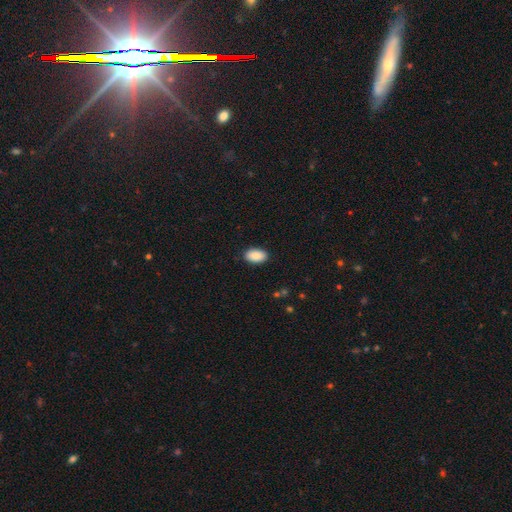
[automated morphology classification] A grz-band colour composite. It shows a smooth galaxy with no disk features (91%) that is in between round and cigar-shaped (93%). Merging: none (89%).